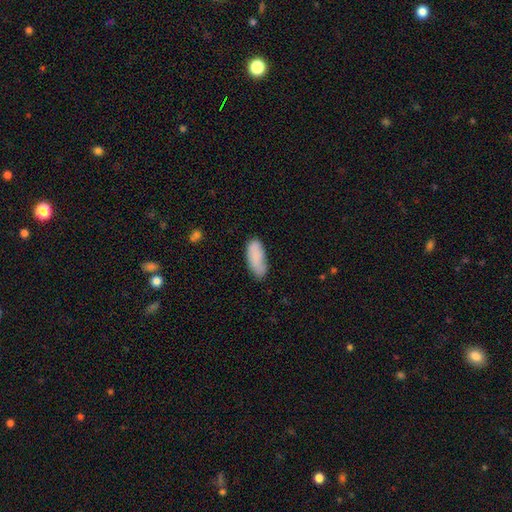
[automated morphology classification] smooth_or_featured: smooth (p=0.85) [alt: featured or disk p=0.09]
how_rounded: in between (p=0.83) [alt: cigar-shaped p=0.15]
merging: none (p=0.65) [alt: minor disturbance p=0.27]